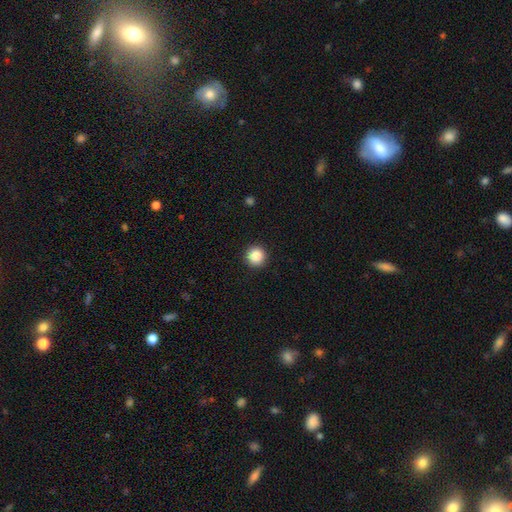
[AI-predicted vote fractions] smooth_or_featured: smooth (p=0.88) [alt: star or artifact p=0.09]
how_rounded: round (p=0.96) [alt: in between p=0.03]
merging: none (p=0.92) [alt: minor disturbance p=0.05]